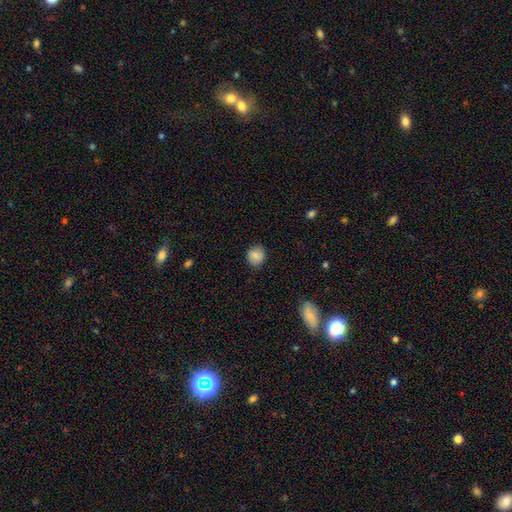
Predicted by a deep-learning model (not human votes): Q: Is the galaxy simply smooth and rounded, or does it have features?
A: smooth — 81%.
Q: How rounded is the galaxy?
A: round — 82%.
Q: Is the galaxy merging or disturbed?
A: none — 85%.